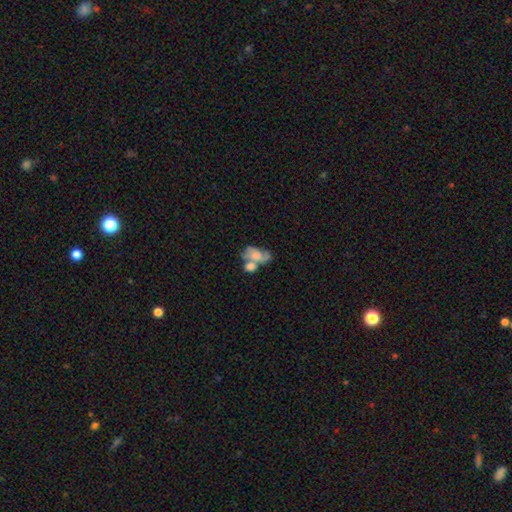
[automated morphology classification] smooth_or_featured: featured or disk (p=0.46) [alt: smooth p=0.45]
merging: merger (p=0.56) [alt: none p=0.17]